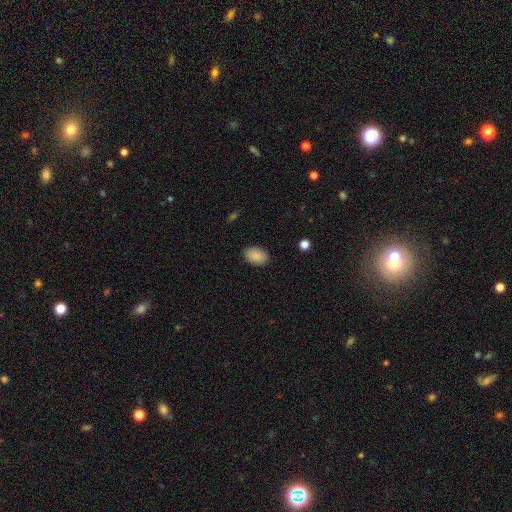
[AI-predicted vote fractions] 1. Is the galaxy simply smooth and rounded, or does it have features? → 89% smooth, 7% star or artifact, 4% featured or disk.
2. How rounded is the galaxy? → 86% in between, 12% round, 1% cigar-shaped.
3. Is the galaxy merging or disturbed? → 87% none, 9% minor disturbance, 2% major disturbance, 1% merger.